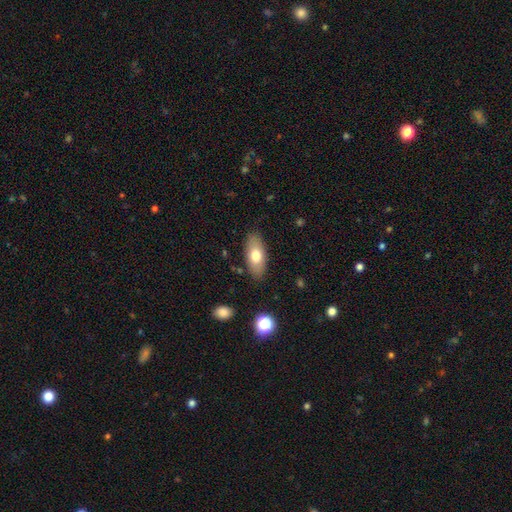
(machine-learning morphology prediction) smooth 72%, featured or disk 21%, star or artifact 7%. Down the decision tree: how rounded — in between (87%); merging — none (86%).